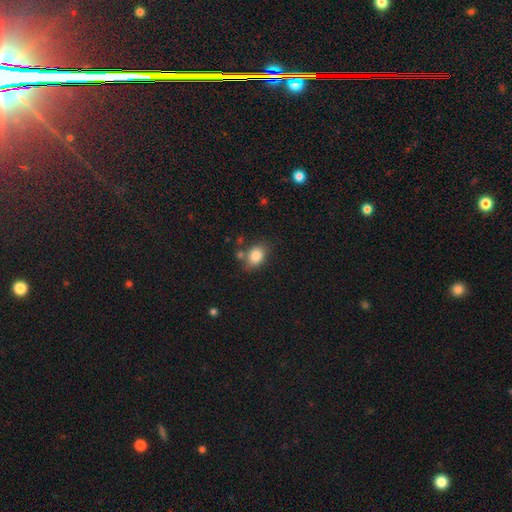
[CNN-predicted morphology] This is clearly a smooth galaxy (84%). How rounded: likely in between (67%). Merging: likely none (67%).